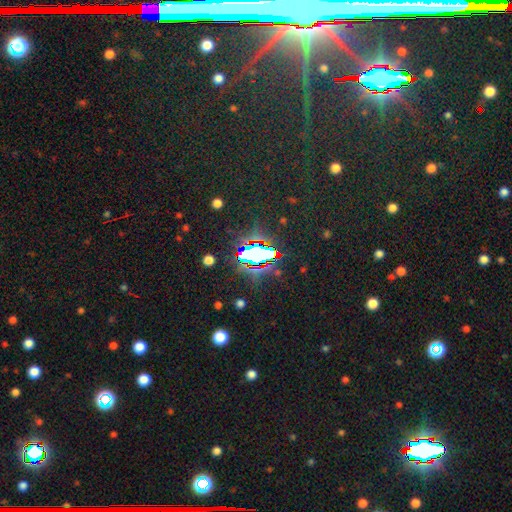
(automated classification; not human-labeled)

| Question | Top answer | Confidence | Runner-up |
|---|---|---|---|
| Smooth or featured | star or artifact | 65% | smooth (24%) |